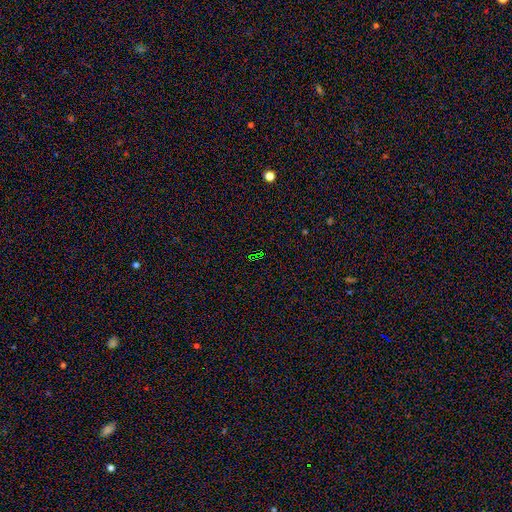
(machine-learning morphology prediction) type=star or artifact (76%).